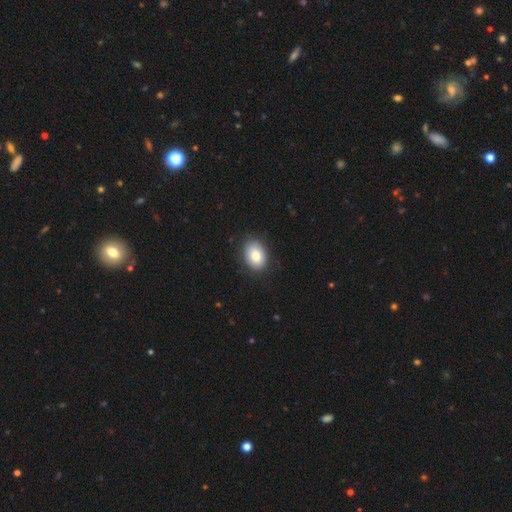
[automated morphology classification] A smooth galaxy with no disk features (82%) that is in between round and cigar-shaped (75%).

Vote fractions:
- Smooth or featured? smooth: 82% / featured or disk: 11% / star or artifact: 8%
- How rounded? in between: 75% / round: 24% / cigar-shaped: 1%
- Merging? none: 85% / minor disturbance: 11% / major disturbance: 3% / merger: 1%